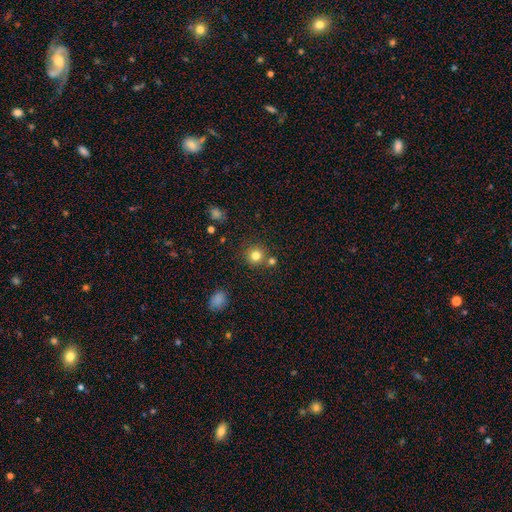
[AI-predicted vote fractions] Smooth or featured?
  - smooth: 80% *
  - star or artifact: 13%
  - featured or disk: 7%
How rounded?
  - round: 92% *
  - in between: 7%
  - cigar-shaped: 1%
Merging?
  - none: 79% *
  - merger: 11%
  - minor disturbance: 8%
  - major disturbance: 3%